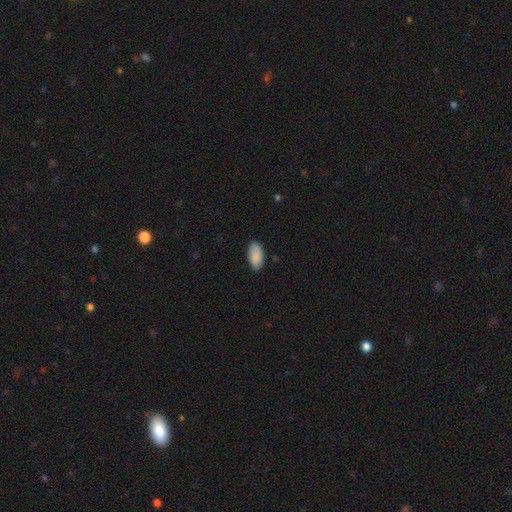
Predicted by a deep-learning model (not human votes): Smooth or featured? smooth (89%)
How rounded? in between (94%)
Merging? none (81%)